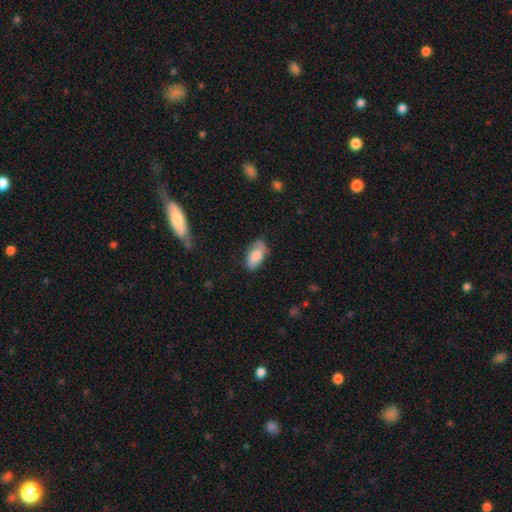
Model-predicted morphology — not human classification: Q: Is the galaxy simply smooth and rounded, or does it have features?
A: smooth — 78%.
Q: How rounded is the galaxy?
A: in between — 92%.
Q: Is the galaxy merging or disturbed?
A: none — 76%.